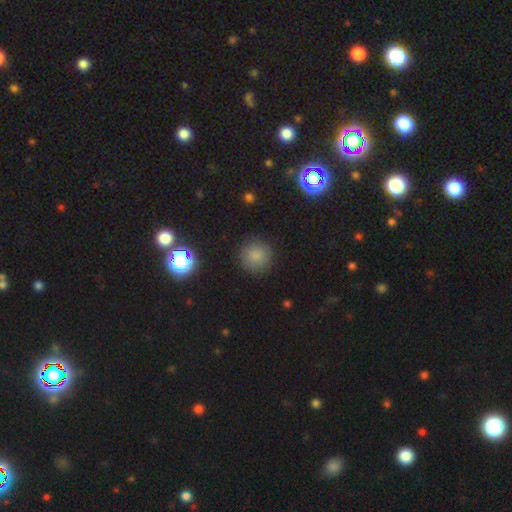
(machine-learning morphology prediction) type=smooth (81%); roundness=round (94%); merging=none (88%).